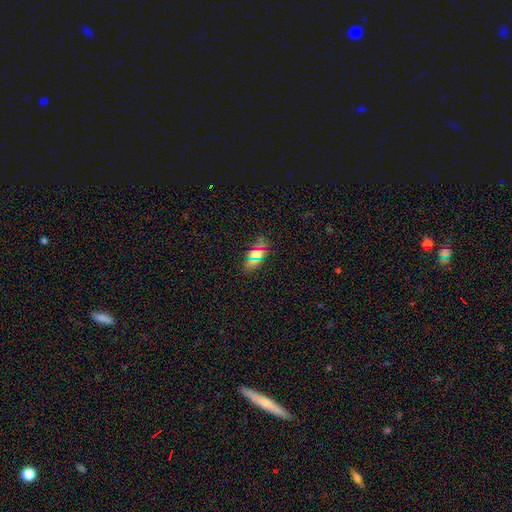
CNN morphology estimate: A smooth galaxy with no disk features (66%) that is in between round and cigar-shaped (84%).

Vote fractions:
- Smooth or featured? smooth: 66% / star or artifact: 22% / featured or disk: 12%
- How rounded? in between: 84% / cigar-shaped: 8% / round: 8%
- Merging? none: 83% / minor disturbance: 11% / major disturbance: 4% / merger: 2%